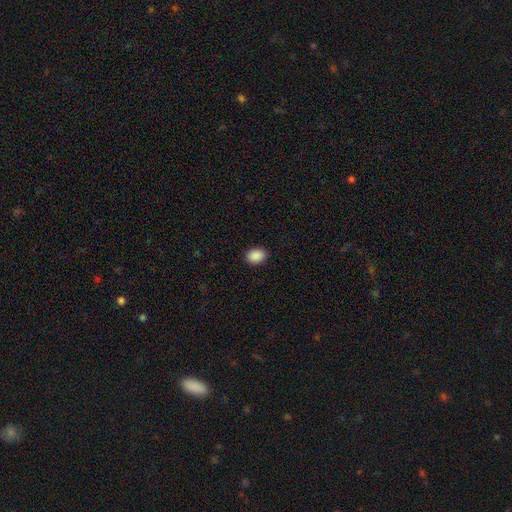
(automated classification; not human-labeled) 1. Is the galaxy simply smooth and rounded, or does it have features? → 90% smooth, 8% star or artifact, 2% featured or disk.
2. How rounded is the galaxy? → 71% in between, 28% round, 1% cigar-shaped.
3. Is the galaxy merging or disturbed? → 90% none, 7% minor disturbance, 2% major disturbance, 1% merger.